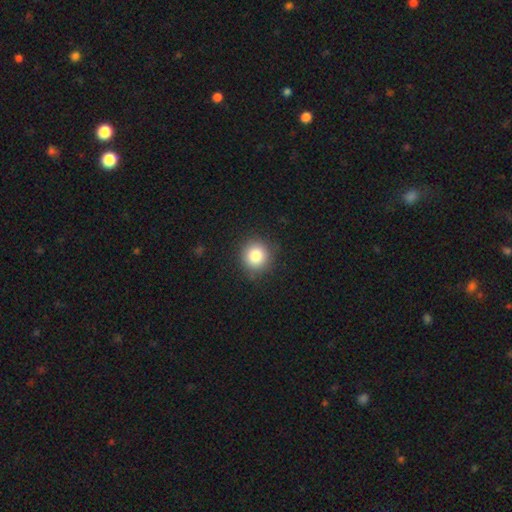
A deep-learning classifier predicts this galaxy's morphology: smooth_or_featured: smooth (p=0.84) [alt: star or artifact p=0.10]
how_rounded: round (p=0.91) [alt: in between p=0.08]
merging: none (p=0.87) [alt: minor disturbance p=0.09]